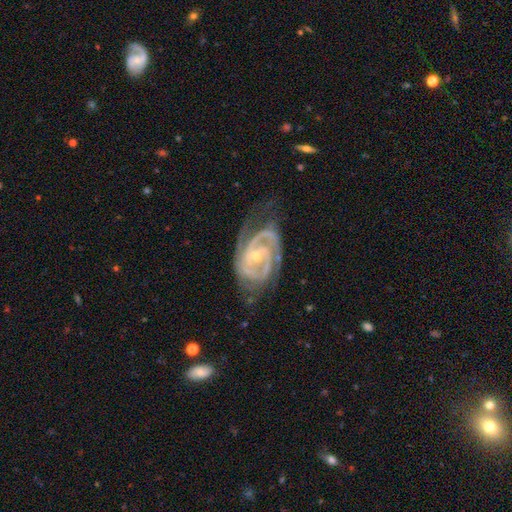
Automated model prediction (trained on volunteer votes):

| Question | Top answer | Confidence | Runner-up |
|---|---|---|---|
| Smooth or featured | featured or disk | 92% | star or artifact (5%) |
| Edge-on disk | no | 97% | yes (3%) |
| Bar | no | 56% | weak (32%) |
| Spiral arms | yes | 98% | no (2%) |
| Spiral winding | tight | 66% | medium (30%) |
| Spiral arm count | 2 | 61% | 3 (20%) |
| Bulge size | small | 68% | moderate (28%) |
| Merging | none | 61% | minor disturbance (24%) |